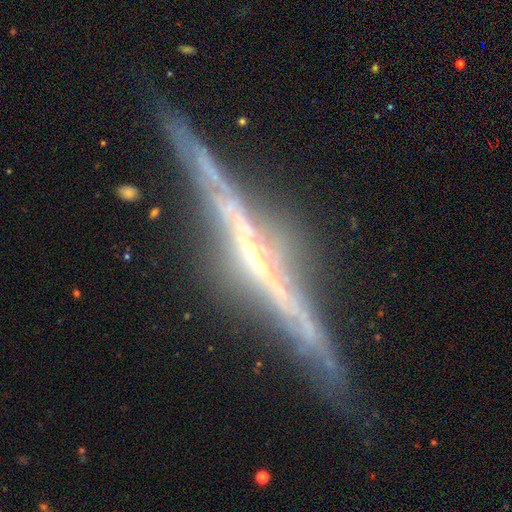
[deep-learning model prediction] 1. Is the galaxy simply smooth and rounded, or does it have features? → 88% featured or disk, 6% smooth, 6% star or artifact.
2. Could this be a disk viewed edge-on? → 96% yes, 4% no.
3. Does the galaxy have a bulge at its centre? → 52% rounded, 36% none, 12% boxy.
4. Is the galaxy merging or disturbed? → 81% none, 13% minor disturbance, 3% major disturbance, 2% merger.